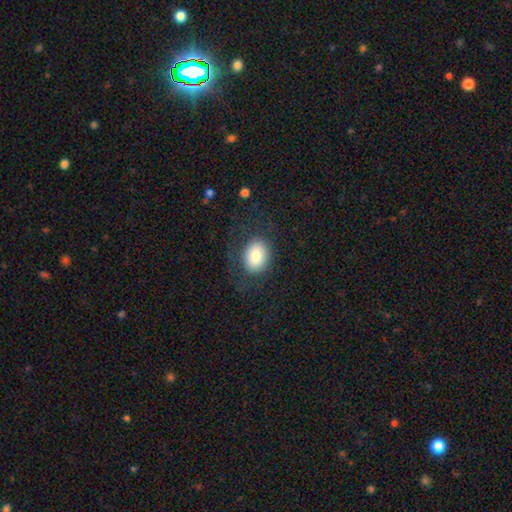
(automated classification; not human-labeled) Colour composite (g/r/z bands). It shows a smooth galaxy with no disk features (79%) that is in between round and cigar-shaped (63%). Merging: none (74%).